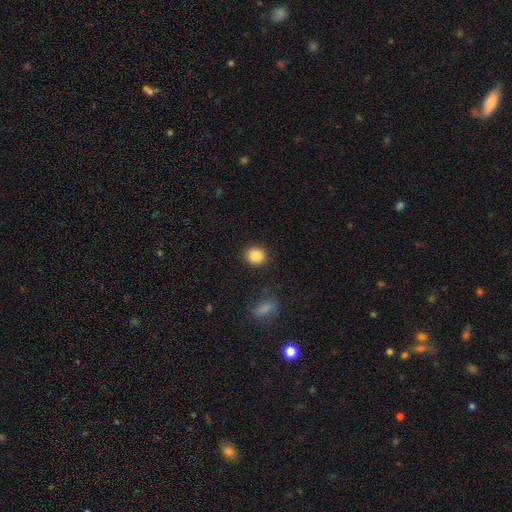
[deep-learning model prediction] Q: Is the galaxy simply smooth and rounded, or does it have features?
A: smooth — 87%.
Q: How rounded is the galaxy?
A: round — 79%.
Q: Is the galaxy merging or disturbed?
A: none — 89%.